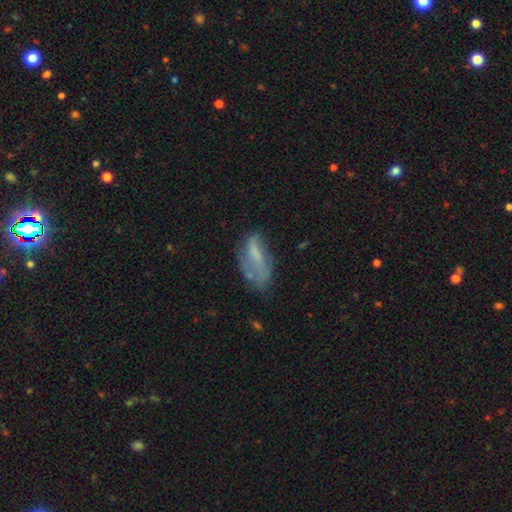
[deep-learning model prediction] smooth 50%, featured or disk 40%, star or artifact 9%. Down the decision tree: how rounded — in between (82%); merging — none (37%).